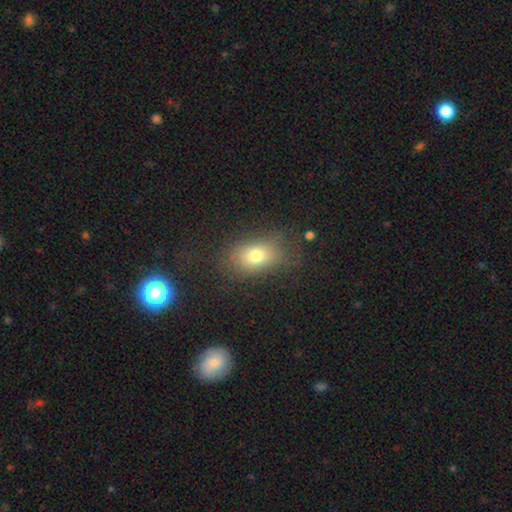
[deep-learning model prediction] smooth_or_featured: smooth (p=0.73) [alt: featured or disk p=0.15]
how_rounded: in between (p=0.78) [alt: round p=0.20]
merging: none (p=0.69) [alt: minor disturbance p=0.18]